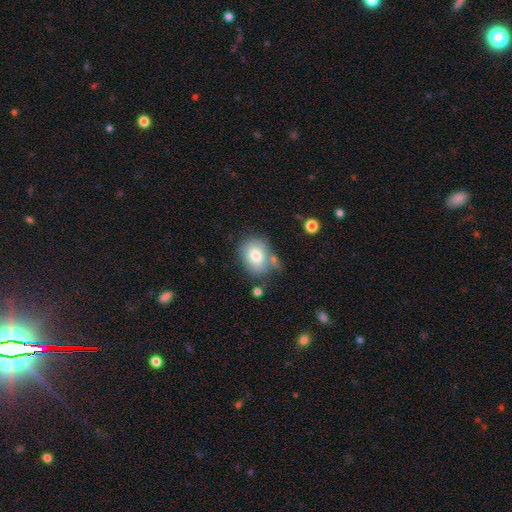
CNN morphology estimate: A smooth galaxy with no disk features (75%) that is in between round and cigar-shaped (58%).

Vote fractions:
- Smooth or featured? smooth: 75% / featured or disk: 17% / star or artifact: 8%
- How rounded? in between: 58% / round: 41% / cigar-shaped: 1%
- Merging? none: 56% / minor disturbance: 23% / merger: 13% / major disturbance: 8%